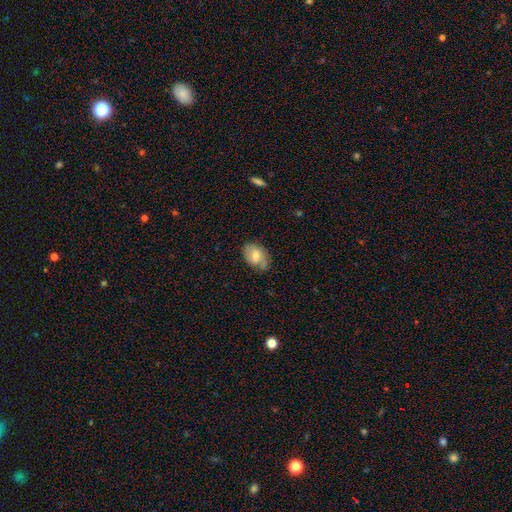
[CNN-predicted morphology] smooth-or-featured: smooth: 65% | featured or disk: 27% | star or artifact: 8%
  how-rounded: in between: 83% | round: 15% | cigar-shaped: 1%
  merging: none: 64% | minor disturbance: 27% | major disturbance: 7% | merger: 2%